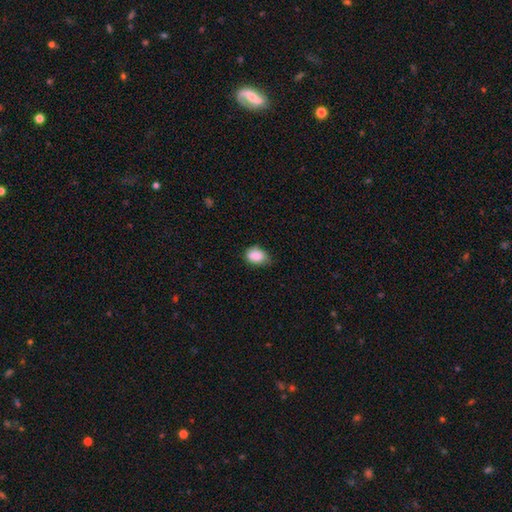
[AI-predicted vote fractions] Morphology: type=smooth (88%); roundness=in between (76%); merging=none (63%).